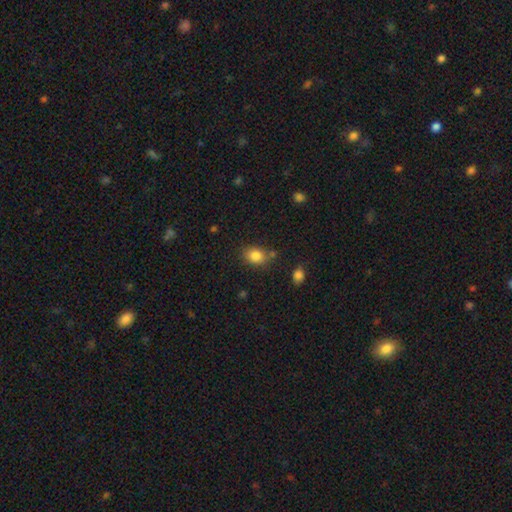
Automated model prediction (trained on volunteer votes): smooth_or_featured: smooth (p=0.84) [alt: star or artifact p=0.10]
how_rounded: in between (p=0.65) [alt: round p=0.34]
merging: none (p=0.74) [alt: minor disturbance p=0.15]